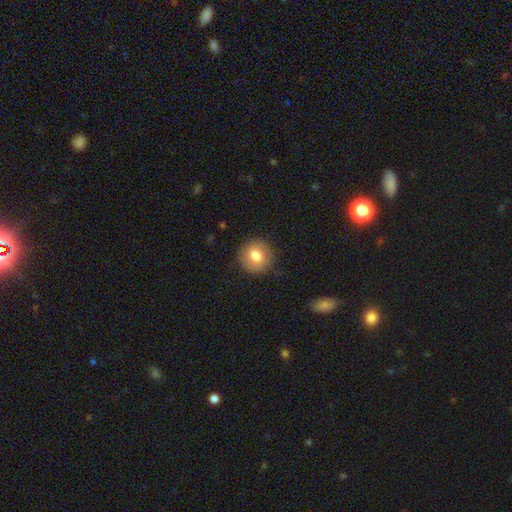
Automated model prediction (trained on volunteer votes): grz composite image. It shows a smooth galaxy with no disk features (79%) that is round (91%). Merging: none (89%).